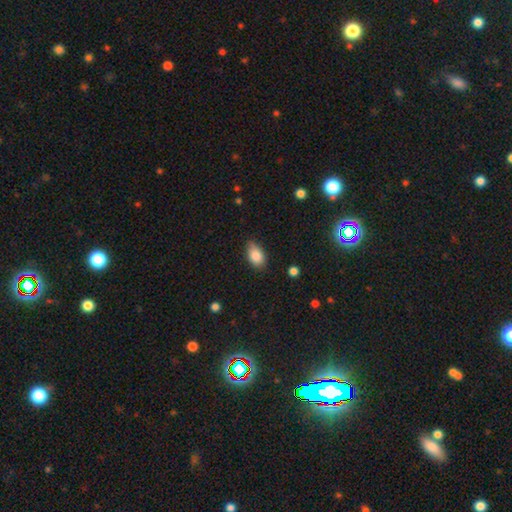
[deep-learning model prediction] A smooth galaxy with no disk features (86%) that is in between round and cigar-shaped (89%).

Vote fractions:
- Smooth or featured? smooth: 86% / star or artifact: 8% / featured or disk: 7%
- How rounded? in between: 89% / round: 9% / cigar-shaped: 2%
- Merging? none: 75% / minor disturbance: 21% / major disturbance: 3% / merger: 1%